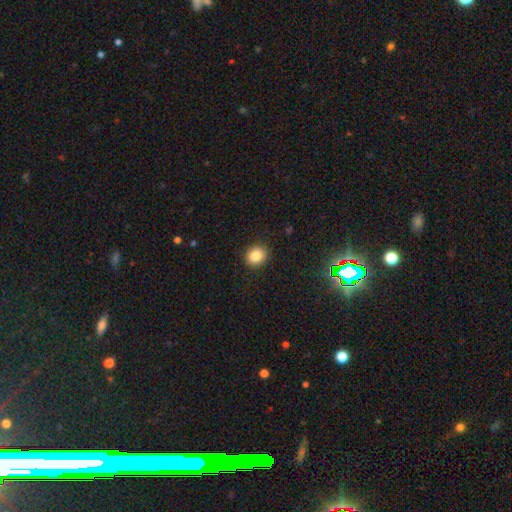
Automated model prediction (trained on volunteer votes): Smooth or featured? Predicted: smooth (p=0.86). How rounded? Predicted: round (p=0.64). Merging? Predicted: none (p=0.90).